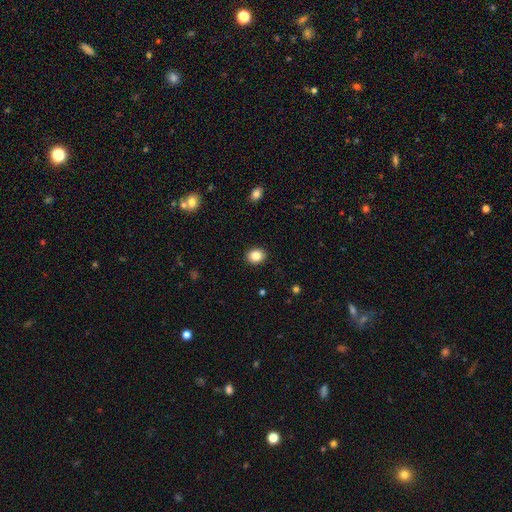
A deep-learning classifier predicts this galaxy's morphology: Q: Smooth or featured?
A: smooth (85%); runner-up: star or artifact (9%)
Q: How rounded?
A: round (57%); runner-up: in between (42%)
Q: Merging?
A: none (91%); runner-up: minor disturbance (6%)